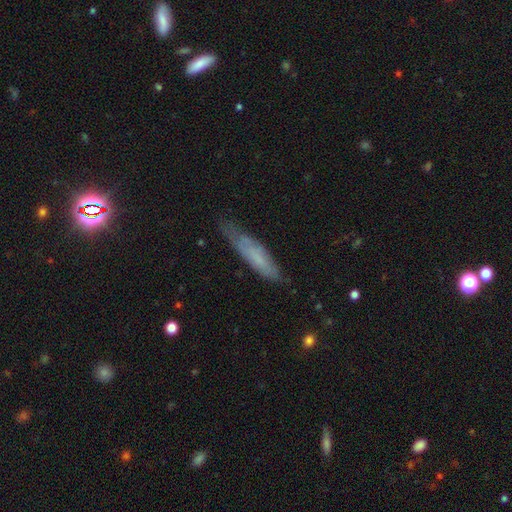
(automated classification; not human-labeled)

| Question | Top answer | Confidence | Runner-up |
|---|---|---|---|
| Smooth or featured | smooth | 58% | featured or disk (34%) |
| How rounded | cigar-shaped | 74% | in between (25%) |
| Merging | none | 61% | minor disturbance (28%) |